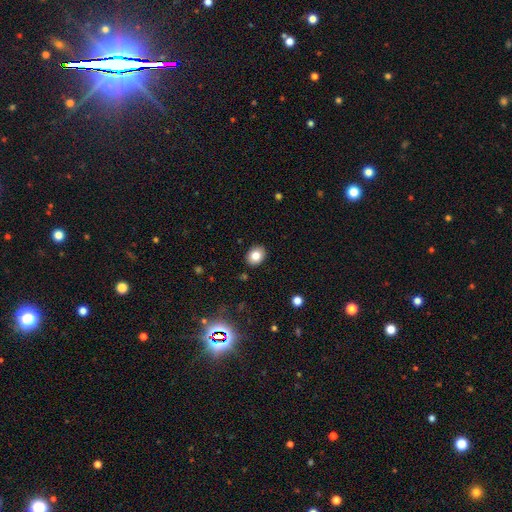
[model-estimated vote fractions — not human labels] smooth_or_featured: smooth (p=0.81) [alt: star or artifact p=0.10]
how_rounded: in between (p=0.52) [alt: round p=0.47]
merging: none (p=0.90) [alt: minor disturbance p=0.07]